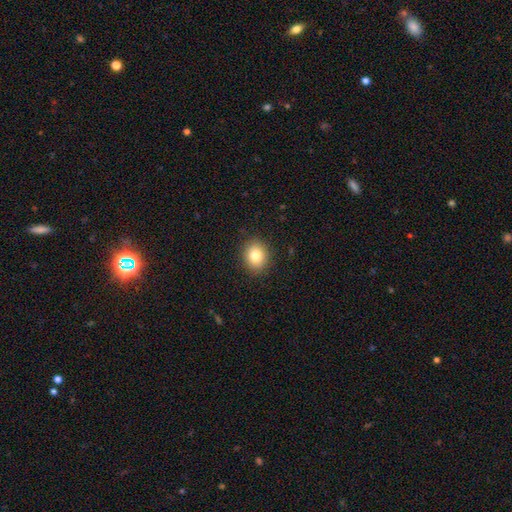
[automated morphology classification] smooth_or_featured: smooth (p=0.82) [alt: star or artifact p=0.10]
how_rounded: round (p=0.69) [alt: in between p=0.30]
merging: none (p=0.89) [alt: minor disturbance p=0.08]